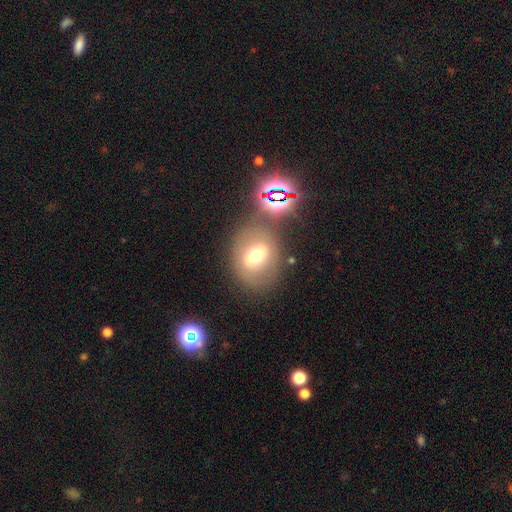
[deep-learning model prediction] Smooth or featured: smooth — 57% (featured or disk — 28%)
How rounded: in between — 55% (round — 43%)
Merging: none — 65% (merger — 14%)